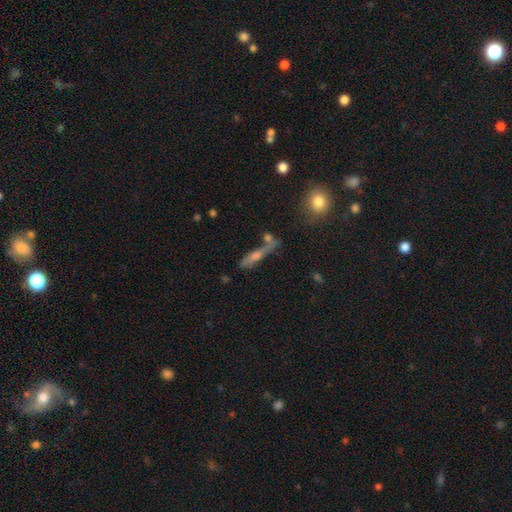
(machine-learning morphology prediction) This is marginally a featured or disk galaxy (44%). Merging: possibly none (54%).